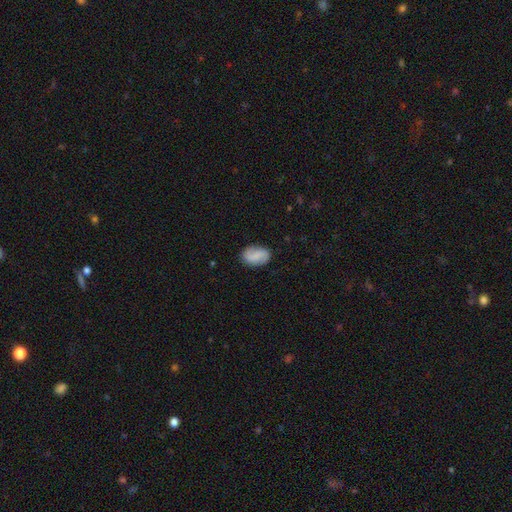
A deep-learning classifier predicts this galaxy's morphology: Overall: smooth (56%; featured or disk 36%). How rounded: in between (87%). Merging: none (83%).